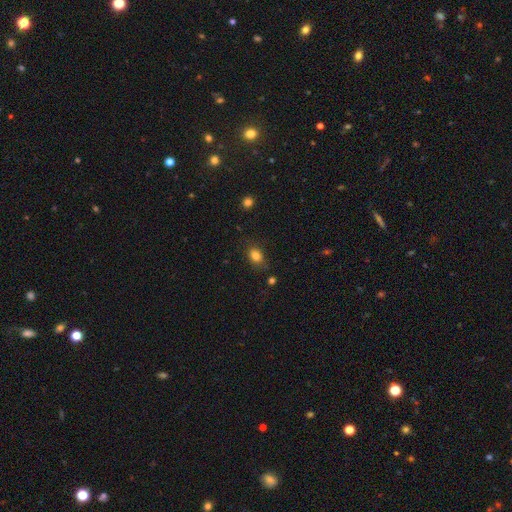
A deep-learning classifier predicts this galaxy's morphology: This appears to be a smooth galaxy with no disk features (83%) that is in between round and cigar-shaped (66%). Merging: none (79%).